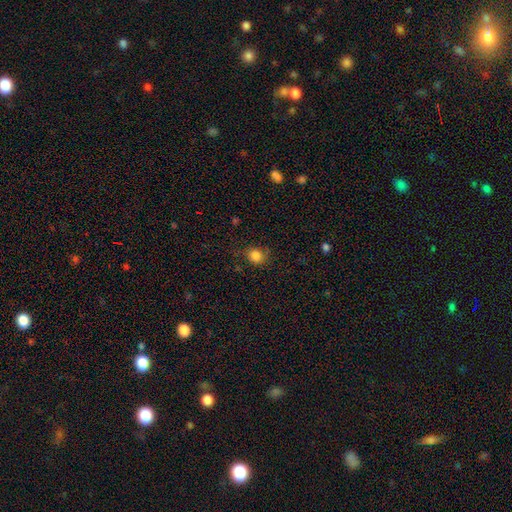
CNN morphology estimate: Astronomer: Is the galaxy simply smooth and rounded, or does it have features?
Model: smooth — 83%.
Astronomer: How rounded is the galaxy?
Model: round — 75%.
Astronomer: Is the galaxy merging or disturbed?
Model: none — 77%.